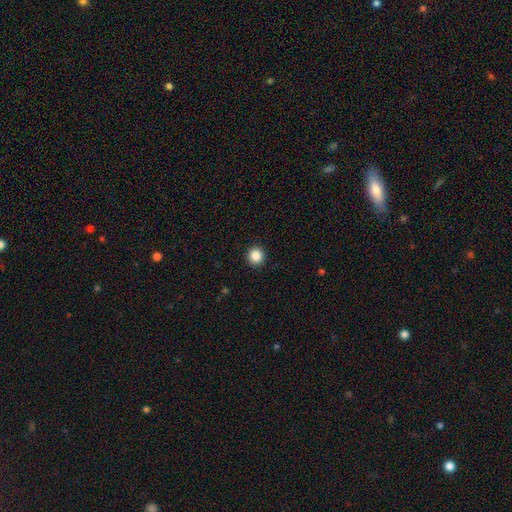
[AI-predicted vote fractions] smooth-or-featured: smooth: 86% | star or artifact: 10% | featured or disk: 4%
  how-rounded: round: 95% | in between: 4% | cigar-shaped: 1%
  merging: none: 93% | minor disturbance: 4% | major disturbance: 2% | merger: 1%